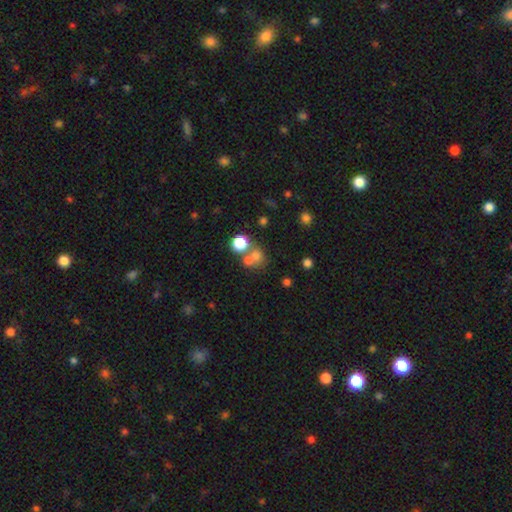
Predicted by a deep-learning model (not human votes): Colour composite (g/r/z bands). It shows a smooth galaxy with no disk features (66%) that is round (82%). Merging: none (47%).